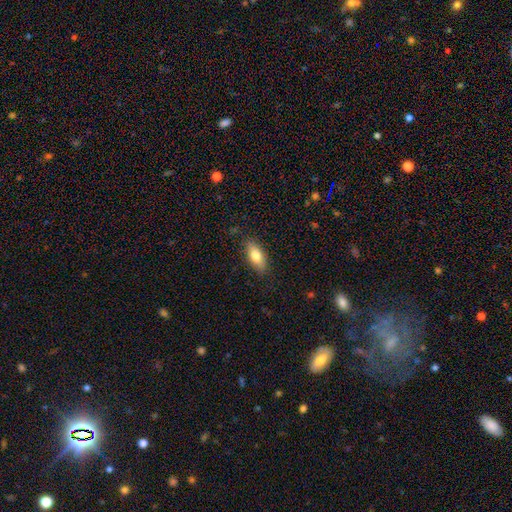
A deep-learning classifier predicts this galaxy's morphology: Smooth or featured?
  - smooth: 75% *
  - featured or disk: 18%
  - star or artifact: 7%
How rounded?
  - in between: 81% *
  - cigar-shaped: 16%
  - round: 3%
Merging?
  - none: 85% *
  - minor disturbance: 12%
  - major disturbance: 3%
  - merger: 1%